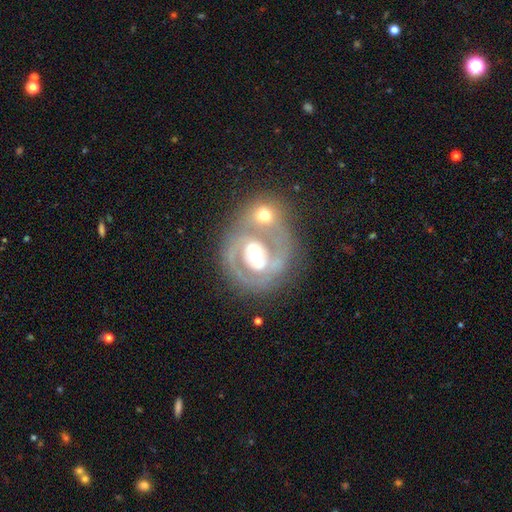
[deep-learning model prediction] Smooth or featured?
  - featured or disk: 77% *
  - smooth: 16%
  - star or artifact: 7%
Edge-on disk?
  - no: 96% *
  - yes: 4%
Bar?
  - weak: 41% *
  - no: 30%
  - strong: 29%
Spiral arms?
  - yes: 75% *
  - no: 25%
Spiral winding?
  - medium: 44% *
  - tight: 42%
  - loose: 14%
Spiral arm count?
  - 2: 74% *
  - can't tell: 13%
  - 1: 8%
  - 3: 3%
  - 4: 1%
  - more than 4: 1%
Bulge size?
  - moderate: 68% *
  - small: 15%
  - large: 14%
  - dominant: 2%
  - none: 2%
Merging?
  - none: 41% * (tied)
  - merger: 41% * (tied)
  - minor disturbance: 11%
  - major disturbance: 8%